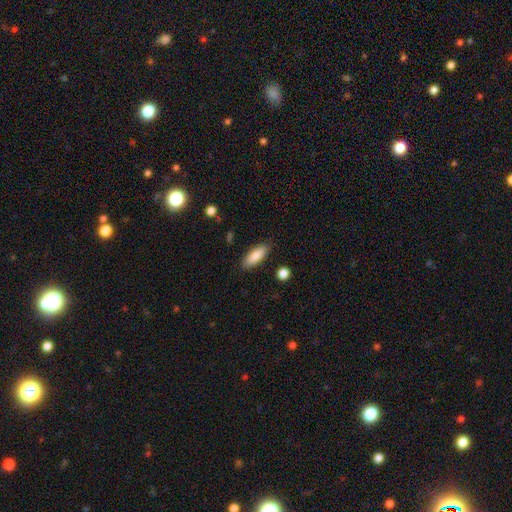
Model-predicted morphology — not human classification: smooth_or_featured: smooth (p=0.85) [alt: featured or disk p=0.09]
how_rounded: in between (p=0.67) [alt: cigar-shaped p=0.31]
merging: none (p=0.87) [alt: minor disturbance p=0.09]